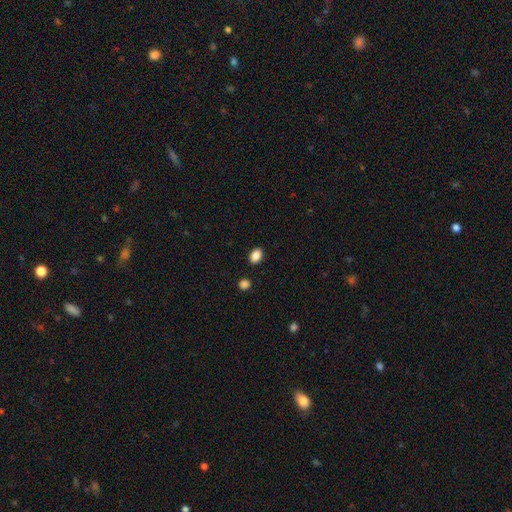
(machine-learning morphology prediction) A smooth galaxy with no disk features (87%) that is in between round and cigar-shaped (79%). Merging: none (88%).